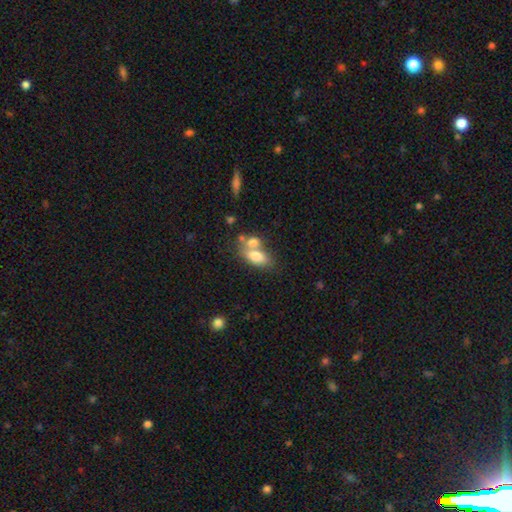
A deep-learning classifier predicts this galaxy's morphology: Smooth or featured? smooth (76%)
How rounded? in between (87%)
Merging? merger (49%)